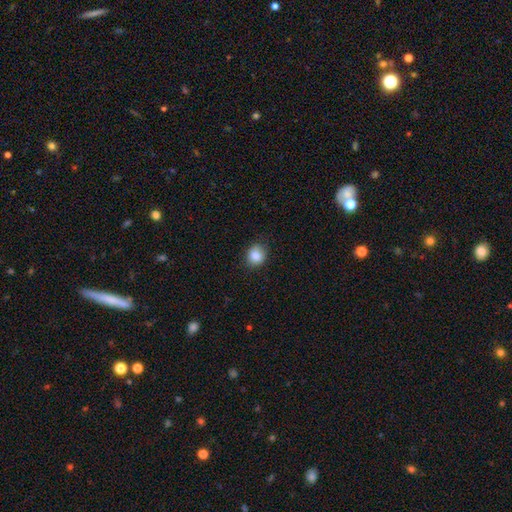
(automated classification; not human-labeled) A smooth galaxy with no disk features (86%) that is round (67%). Merging: none (78%).